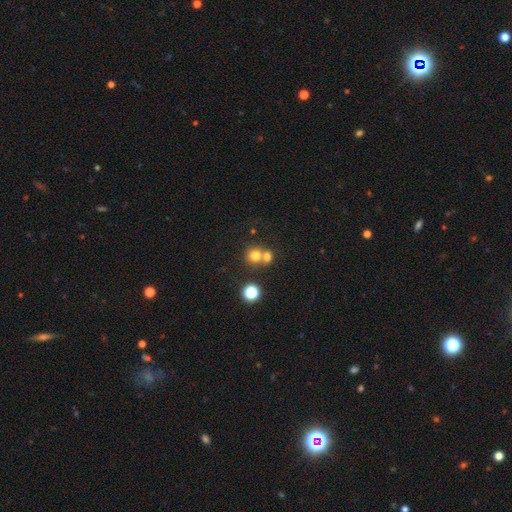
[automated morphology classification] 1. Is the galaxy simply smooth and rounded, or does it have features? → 74% smooth, 15% star or artifact, 11% featured or disk.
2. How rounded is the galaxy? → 86% round, 13% in between, 1% cigar-shaped.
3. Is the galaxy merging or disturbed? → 46% none, 44% merger, 6% minor disturbance, 3% major disturbance.